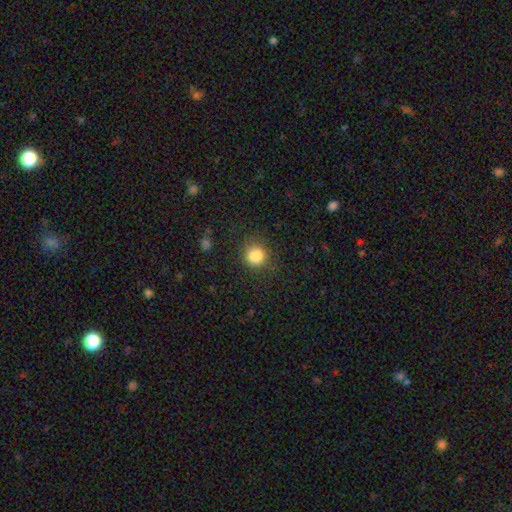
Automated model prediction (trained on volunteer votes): Q: Smooth or featured?
A: smooth (85%); runner-up: star or artifact (11%)
Q: How rounded?
A: round (89%); runner-up: in between (10%)
Q: Merging?
A: none (82%); runner-up: minor disturbance (12%)